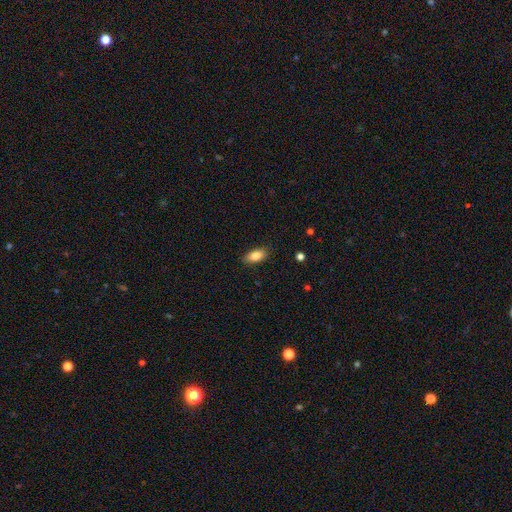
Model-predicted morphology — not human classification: A smooth galaxy with no disk features (86%) that is in between round and cigar-shaped (89%). Merging: none (85%).